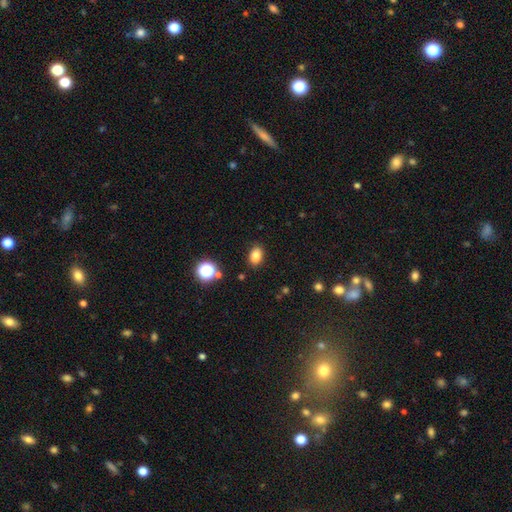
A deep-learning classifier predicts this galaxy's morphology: A smooth galaxy with no disk features (82%) that is in between round and cigar-shaped (79%).

Vote fractions:
- Smooth or featured? smooth: 82% / star or artifact: 12% / featured or disk: 6%
- How rounded? in between: 79% / round: 20% / cigar-shaped: 1%
- Merging? none: 85% / minor disturbance: 10% / major disturbance: 3% / merger: 2%